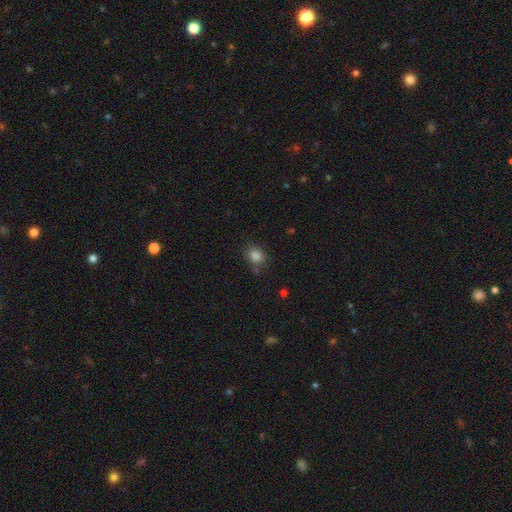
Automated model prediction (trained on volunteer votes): Smooth or featured: smooth — 84% (star or artifact — 11%)
How rounded: in between — 53% (round — 46%)
Merging: none — 72% (minor disturbance — 18%)